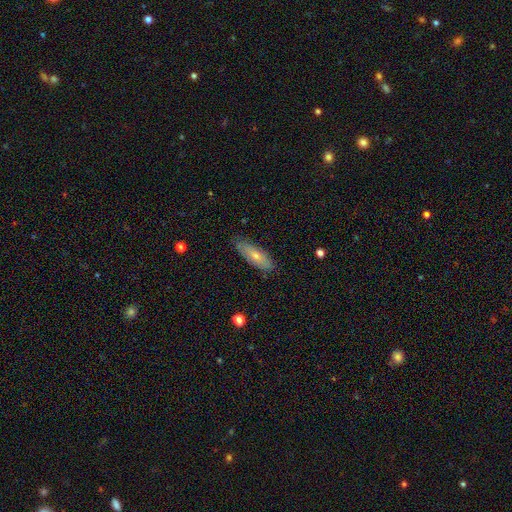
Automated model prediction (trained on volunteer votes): Overall: smooth (52%; featured or disk 40%). How rounded: cigar-shaped (51%; in between 47%). Merging: none (83%).